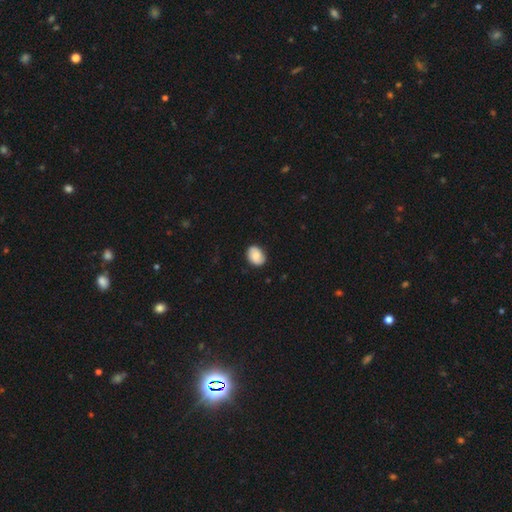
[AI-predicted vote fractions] A smooth galaxy with no disk features (74%) that is in between round and cigar-shaped (65%).

Vote fractions:
- Smooth or featured? smooth: 74% / featured or disk: 19% / star or artifact: 8%
- How rounded? in between: 65% / round: 34% / cigar-shaped: 1%
- Merging? none: 84% / minor disturbance: 13% / major disturbance: 3% / merger: 1%